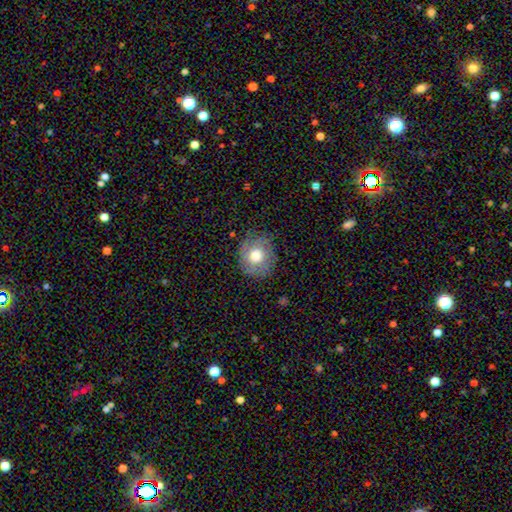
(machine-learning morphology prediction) This is possibly a smooth galaxy (60%). How rounded: likely round (75%). Merging: likely none (75%).